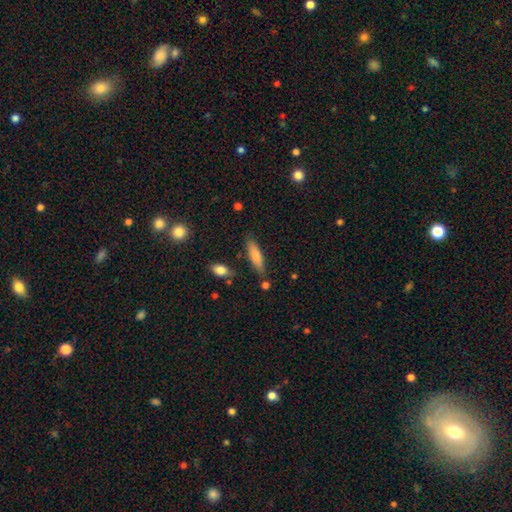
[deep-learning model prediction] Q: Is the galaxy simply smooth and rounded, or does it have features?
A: smooth — 79%.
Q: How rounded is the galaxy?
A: cigar-shaped — 61%.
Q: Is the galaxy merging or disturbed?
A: none — 79%.